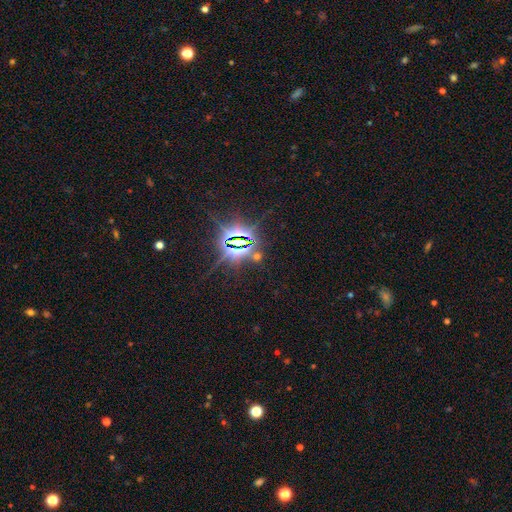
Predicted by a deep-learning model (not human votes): Smooth or featured? Predicted: star or artifact (p=0.84).